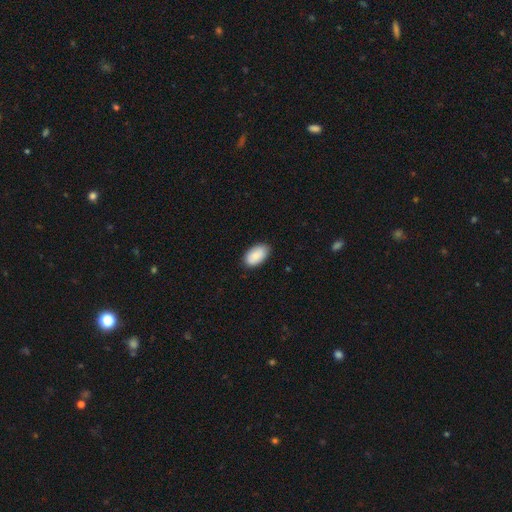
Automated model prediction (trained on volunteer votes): Smooth or featured?
  - smooth: 87% *
  - featured or disk: 6%
  - star or artifact: 6%
How rounded?
  - in between: 95% *
  - round: 4%
  - cigar-shaped: 1%
Merging?
  - none: 84% *
  - minor disturbance: 13%
  - major disturbance: 2%
  - merger: 1%